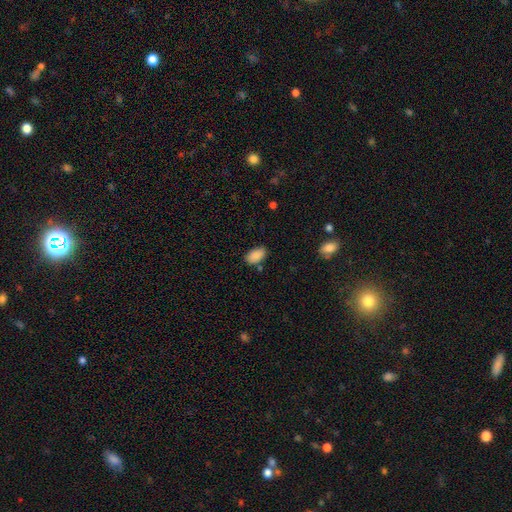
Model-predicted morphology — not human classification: A smooth galaxy with no disk features (89%) that is in between round and cigar-shaped (94%).

Vote fractions:
- Smooth or featured? smooth: 89% / star or artifact: 7% / featured or disk: 4%
- How rounded? in between: 94% / round: 5% / cigar-shaped: 2%
- Merging? none: 77% / minor disturbance: 15% / merger: 4% / major disturbance: 3%